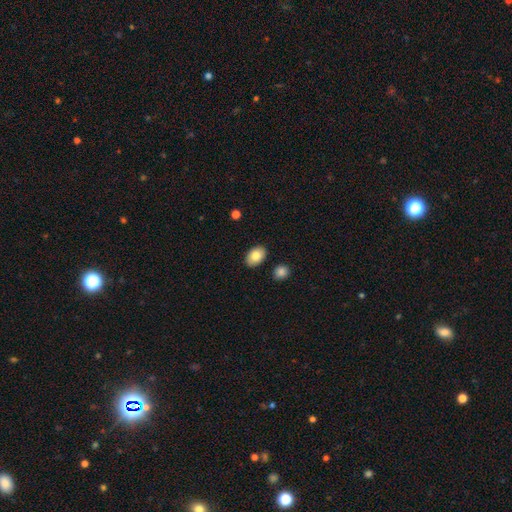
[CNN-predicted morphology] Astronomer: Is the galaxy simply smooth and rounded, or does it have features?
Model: smooth — 83%.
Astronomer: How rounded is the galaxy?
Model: in between — 87%.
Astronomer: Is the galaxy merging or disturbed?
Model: none — 87%.